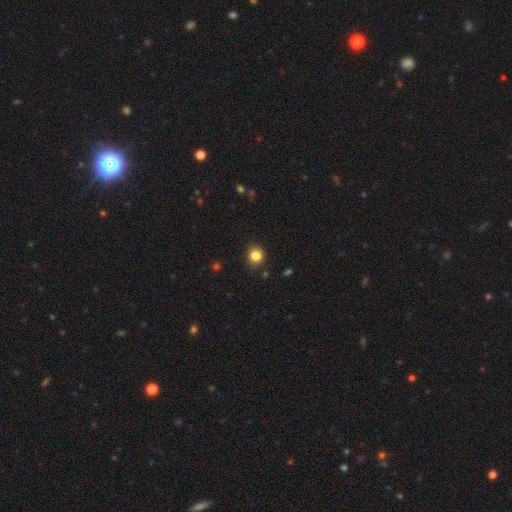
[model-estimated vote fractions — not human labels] Smooth or featured: smooth — 83% (star or artifact — 12%)
How rounded: round — 81% (in between — 18%)
Merging: none — 84% (minor disturbance — 11%)